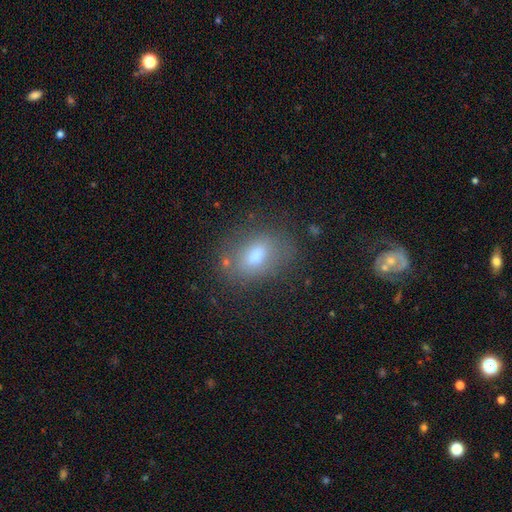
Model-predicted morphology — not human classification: This appears to be a smooth galaxy with no disk features (72%) that is in between round and cigar-shaped (81%). Merging: none (71%).